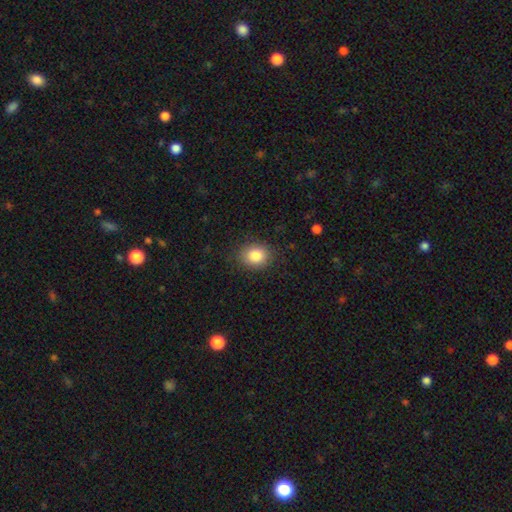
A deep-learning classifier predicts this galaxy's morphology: Q: Smooth or featured?
A: smooth (84%); runner-up: star or artifact (9%)
Q: How rounded?
A: round (58%); runner-up: in between (41%)
Q: Merging?
A: none (86%); runner-up: minor disturbance (10%)